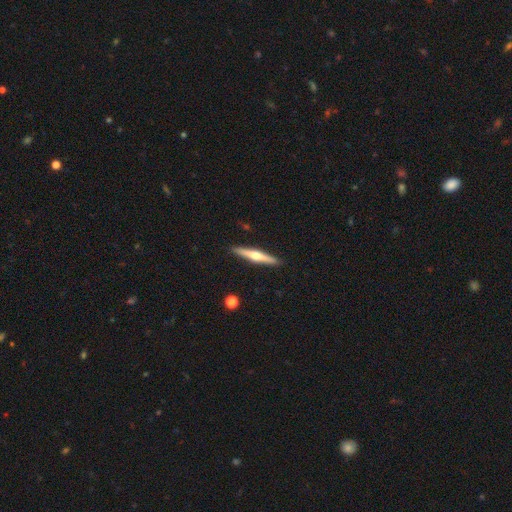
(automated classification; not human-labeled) The model was most divided on "smooth or featured": featured or disk: 64%, smooth: 31%, star or artifact: 5%. More confident: edge-on disk — yes (97%); merging — none (91%); edge-on bulge — rounded (90%).